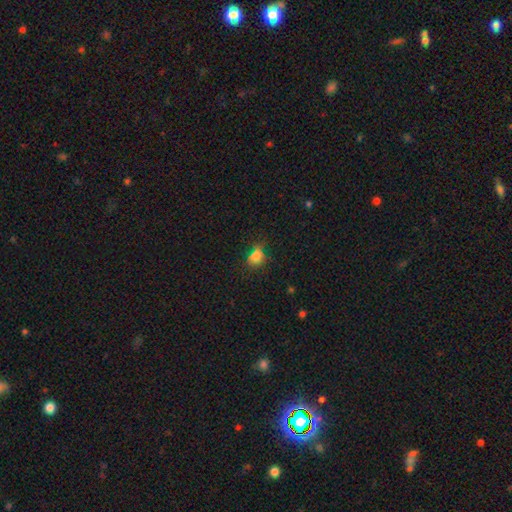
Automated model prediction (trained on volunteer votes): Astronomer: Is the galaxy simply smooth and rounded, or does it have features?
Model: smooth — 77%.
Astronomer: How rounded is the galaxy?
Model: round — 58% (runner-up: in between, 40%).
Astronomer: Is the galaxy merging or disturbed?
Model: none — 63%.